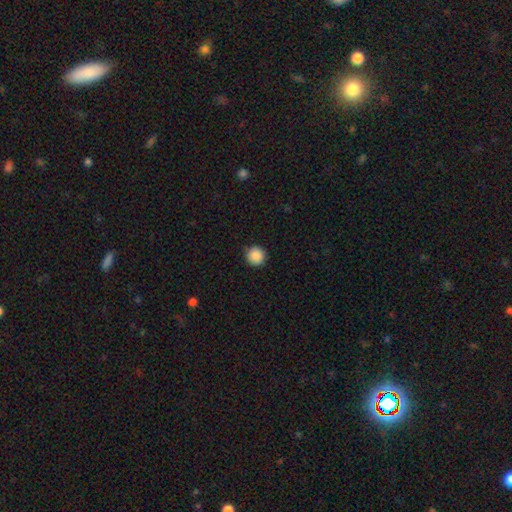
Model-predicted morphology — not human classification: A smooth galaxy with no disk features (89%) that is round (96%).

Vote fractions:
- Smooth or featured? smooth: 89% / star or artifact: 9% / featured or disk: 3%
- How rounded? round: 96% / in between: 3% / cigar-shaped: 1%
- Merging? none: 90% / minor disturbance: 7% / major disturbance: 2% / merger: 1%